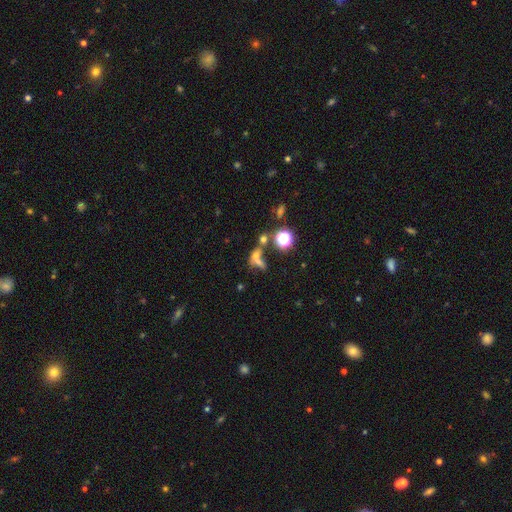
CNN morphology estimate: Q: Smooth or featured?
A: smooth (47%); runner-up: star or artifact (30%)
Q: Merging?
A: merger (41%); runner-up: none (31%)